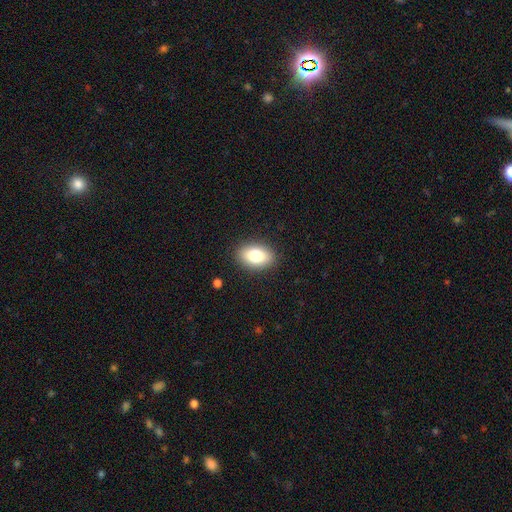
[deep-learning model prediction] A smooth galaxy with no disk features (80%) that is in between round and cigar-shaped (88%).

Vote fractions:
- Smooth or featured? smooth: 80% / featured or disk: 12% / star or artifact: 8%
- How rounded? in between: 88% / round: 10% / cigar-shaped: 2%
- Merging? none: 88% / minor disturbance: 8% / major disturbance: 2% / merger: 1%